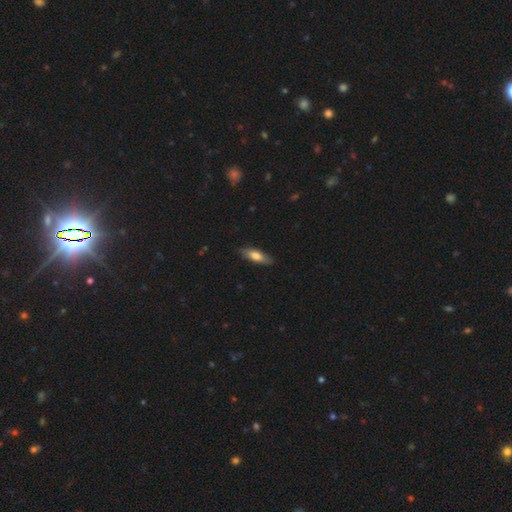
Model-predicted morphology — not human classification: Overall: smooth (72%). How rounded: in between (55%; cigar-shaped 43%). Merging: none (84%).